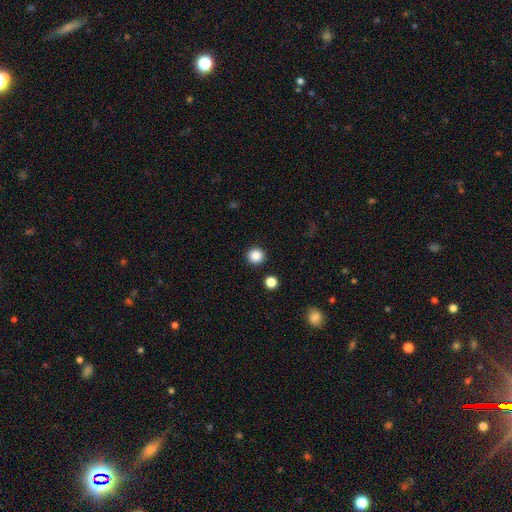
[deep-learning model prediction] The model was most divided on "smooth or featured": smooth: 86%, star or artifact: 10%, featured or disk: 3%. More confident: how rounded — round (95%); merging — none (92%).